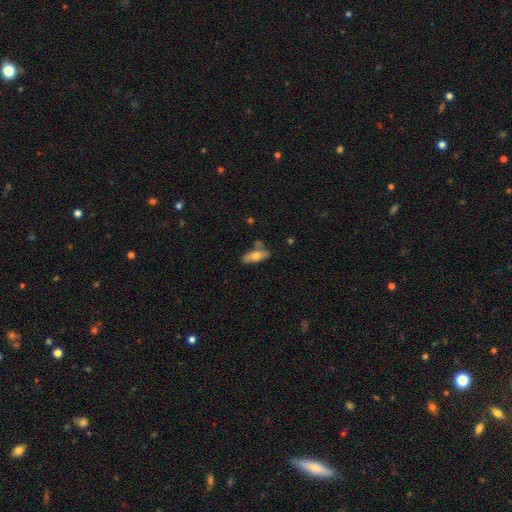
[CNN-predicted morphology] Smooth or featured?
  - smooth: 65% *
  - featured or disk: 28%
  - star or artifact: 6%
How rounded?
  - in between: 73% *
  - cigar-shaped: 25%
  - round: 3%
Merging?
  - none: 68% *
  - minor disturbance: 18%
  - merger: 10%
  - major disturbance: 4%